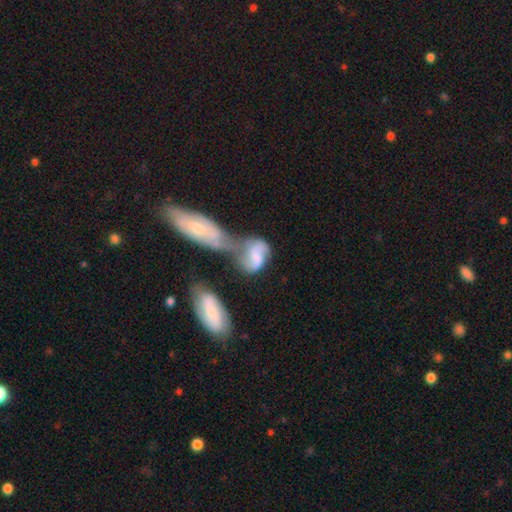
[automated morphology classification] This appears to be a featured or disk galaxy (56%) with no bar (56%), spiral arms (79%) and no central bulge (40%). Merging: merger (69%).